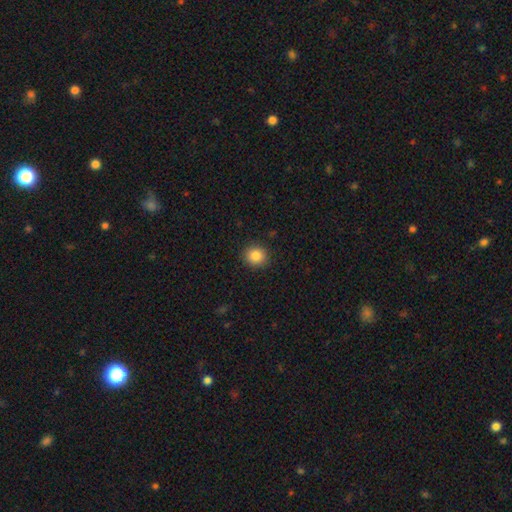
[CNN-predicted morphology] Q: Smooth or featured?
A: smooth (86%); runner-up: star or artifact (10%)
Q: How rounded?
A: round (86%); runner-up: in between (13%)
Q: Merging?
A: none (90%); runner-up: minor disturbance (7%)